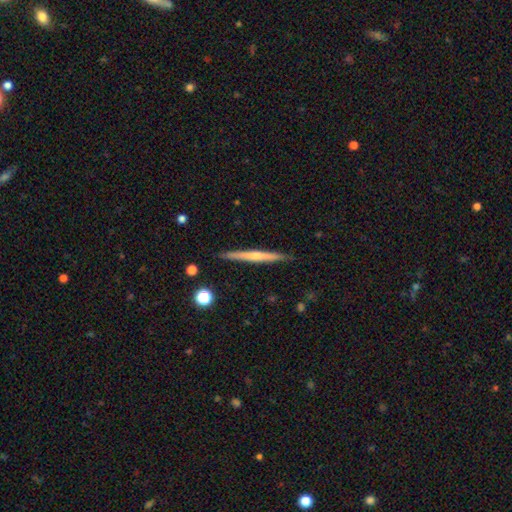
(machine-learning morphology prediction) smooth-or-featured: featured or disk: 56% | smooth: 38% | star or artifact: 6%
  disk-edge-on: yes: 97% | no: 3%
    edge-on-bulge: rounded: 47% (tied) | none: 47% (tied) | boxy: 5%
  merging: none: 90% | minor disturbance: 8% | major disturbance: 1% | merger: 1%